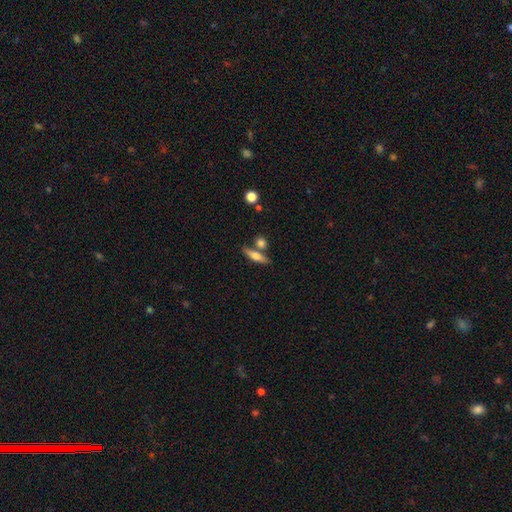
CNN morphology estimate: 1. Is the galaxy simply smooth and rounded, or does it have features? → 57% smooth, 35% featured or disk, 7% star or artifact.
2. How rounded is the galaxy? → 61% cigar-shaped, 32% in between, 7% round.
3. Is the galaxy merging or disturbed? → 68% none, 19% merger, 10% minor disturbance, 3% major disturbance.